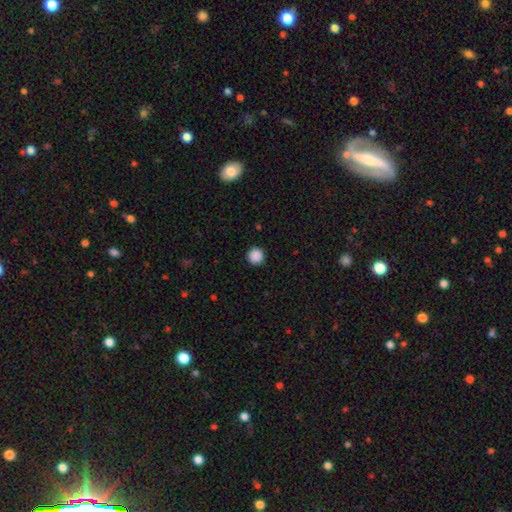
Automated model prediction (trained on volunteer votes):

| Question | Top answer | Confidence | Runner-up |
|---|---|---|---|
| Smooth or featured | smooth | 89% | star or artifact (9%) |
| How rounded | round | 96% | in between (3%) |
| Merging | none | 93% | minor disturbance (5%) |